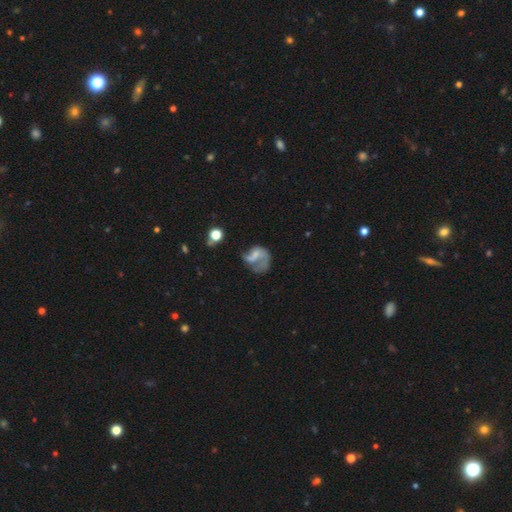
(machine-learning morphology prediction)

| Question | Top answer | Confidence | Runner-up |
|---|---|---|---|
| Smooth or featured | featured or disk | 57% | smooth (31%) |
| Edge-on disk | no | 98% | yes (2%) |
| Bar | no | 63% | weak (29%) |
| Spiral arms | yes | 62% | no (38%) |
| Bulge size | none | 49% | small (32%) |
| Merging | major disturbance | 45% | none (27%) |